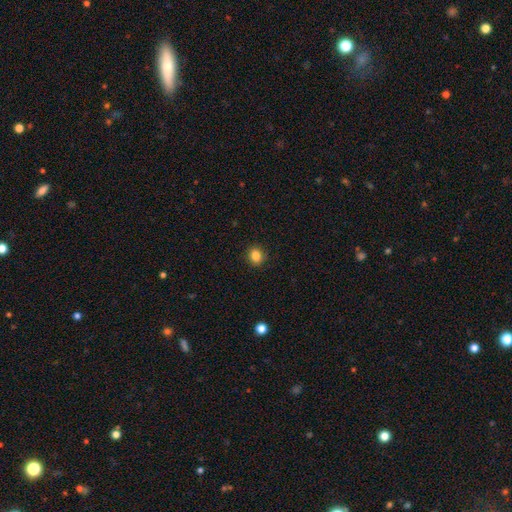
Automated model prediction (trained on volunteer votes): smooth-or-featured: smooth: 85% | star or artifact: 11% | featured or disk: 5%
  how-rounded: round: 77% | in between: 22% | cigar-shaped: 1%
  merging: none: 90% | minor disturbance: 7% | major disturbance: 2% | merger: 1%